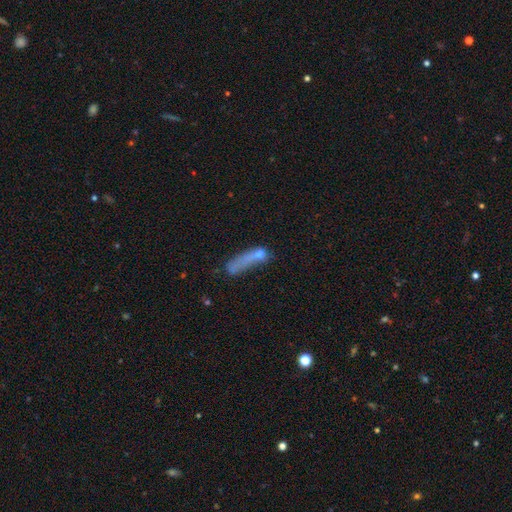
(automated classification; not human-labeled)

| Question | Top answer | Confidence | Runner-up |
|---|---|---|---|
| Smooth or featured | smooth | 62% | featured or disk (26%) |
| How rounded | cigar-shaped | 57% | in between (36%) |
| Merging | major disturbance | 34% | merger (28%) |